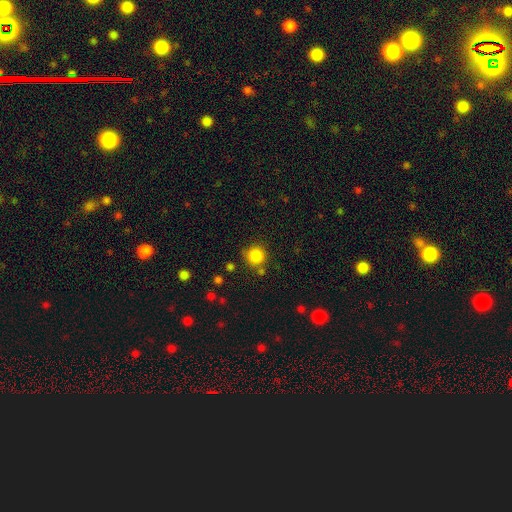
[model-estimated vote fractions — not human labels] A smooth galaxy with no disk features (85%) that is round (93%).

Vote fractions:
- Smooth or featured? smooth: 85% / star or artifact: 11% / featured or disk: 4%
- How rounded? round: 93% / in between: 6% / cigar-shaped: 1%
- Merging? none: 79% / minor disturbance: 11% / merger: 7% / major disturbance: 4%